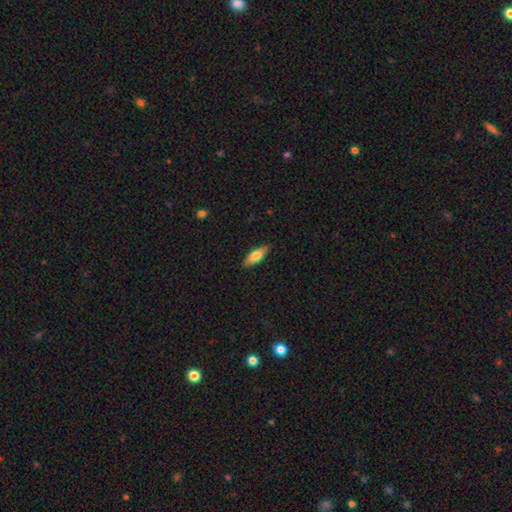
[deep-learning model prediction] Smooth or featured?
  - smooth: 71% *
  - featured or disk: 23%
  - star or artifact: 6%
How rounded?
  - in between: 65% *
  - cigar-shaped: 33%
  - round: 2%
Merging?
  - none: 87% *
  - minor disturbance: 10%
  - major disturbance: 2%
  - merger: 1%